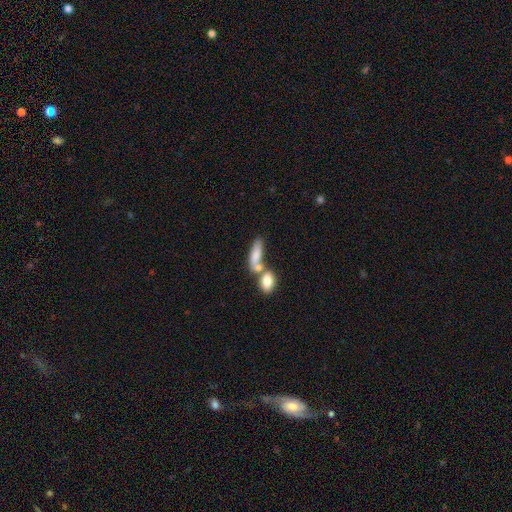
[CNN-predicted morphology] Overall: smooth (77%). How rounded: in between (67%; cigar-shaped 28%). Merging: merger (54%; none 30%).